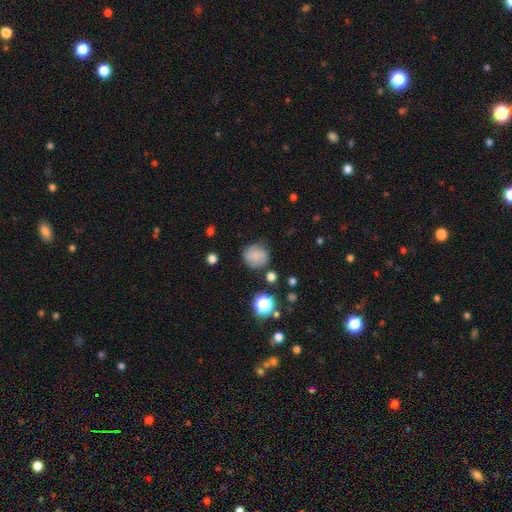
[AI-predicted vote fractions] Smooth or featured: smooth — 76% (star or artifact — 12%)
How rounded: round — 86% (in between — 13%)
Merging: none — 74% (minor disturbance — 17%)